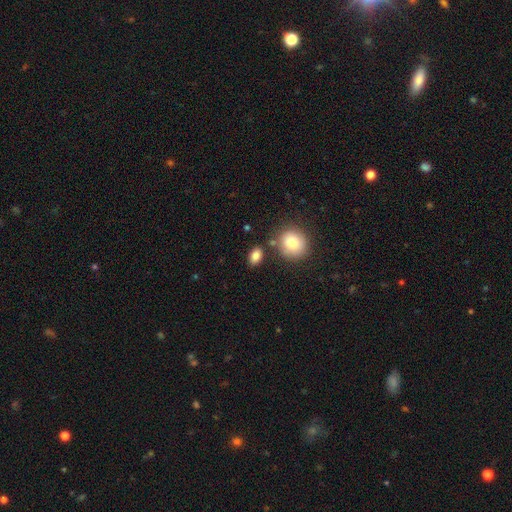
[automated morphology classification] Q: Smooth or featured?
A: smooth (86%); runner-up: star or artifact (9%)
Q: How rounded?
A: in between (82%); runner-up: round (16%)
Q: Merging?
A: none (77%); runner-up: minor disturbance (11%)